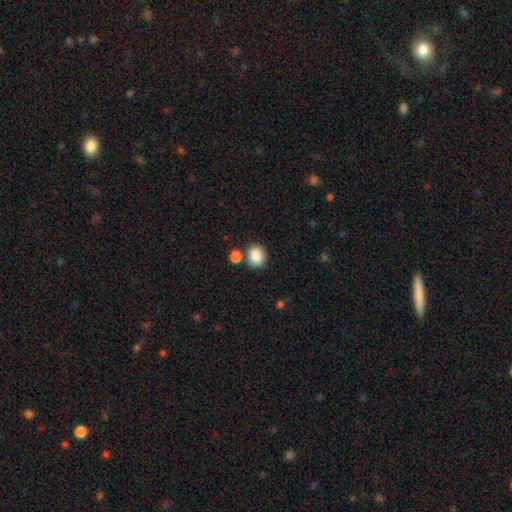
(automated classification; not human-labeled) Smooth or featured?
  - smooth: 88% *
  - star or artifact: 8%
  - featured or disk: 4%
How rounded?
  - round: 68% *
  - in between: 31%
  - cigar-shaped: 1%
Merging?
  - none: 74% *
  - merger: 13%
  - minor disturbance: 10%
  - major disturbance: 3%